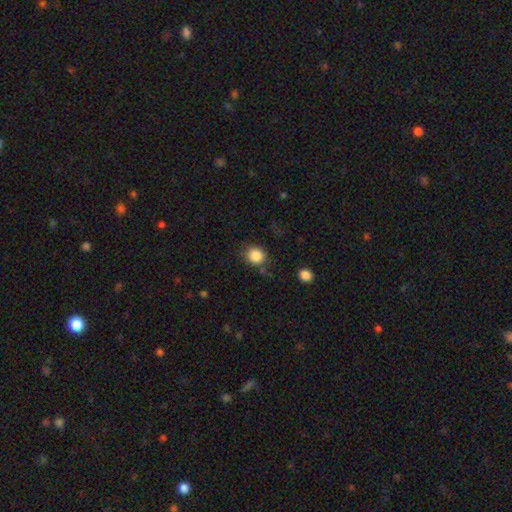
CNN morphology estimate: A smooth galaxy with no disk features (85%) that is round (72%).

Vote fractions:
- Smooth or featured? smooth: 85% / star or artifact: 10% / featured or disk: 5%
- How rounded? round: 72% / in between: 27% / cigar-shaped: 1%
- Merging? none: 74% / minor disturbance: 17% / major disturbance: 5% / merger: 4%